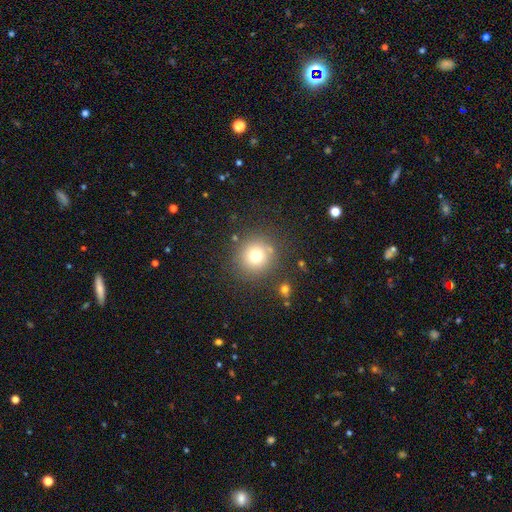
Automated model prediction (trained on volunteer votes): smooth 73%, star or artifact 15%, featured or disk 11%. Down the decision tree: how rounded — round (91%); merging — none (83%).